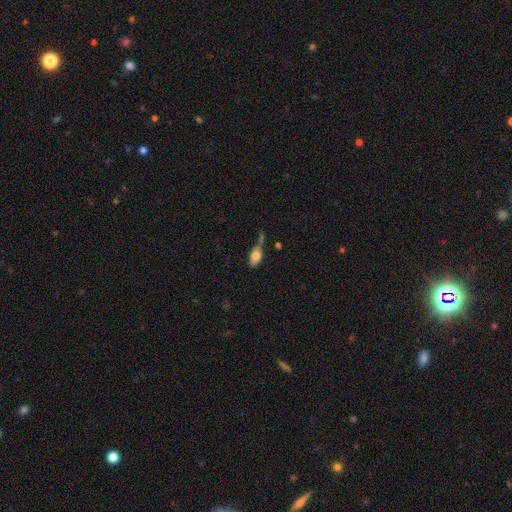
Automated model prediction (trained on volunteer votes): Morphology: type=smooth (72%); roundness=in between (86%); merging=none (38%).